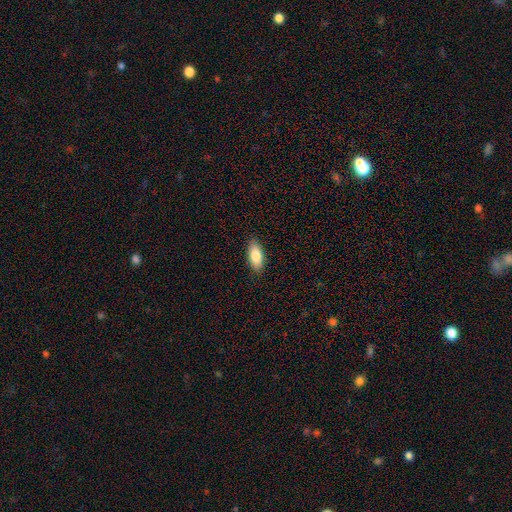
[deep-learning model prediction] Q: Smooth or featured?
A: smooth (83%); runner-up: featured or disk (11%)
Q: How rounded?
A: in between (86%); runner-up: cigar-shaped (12%)
Q: Merging?
A: none (89%); runner-up: minor disturbance (8%)